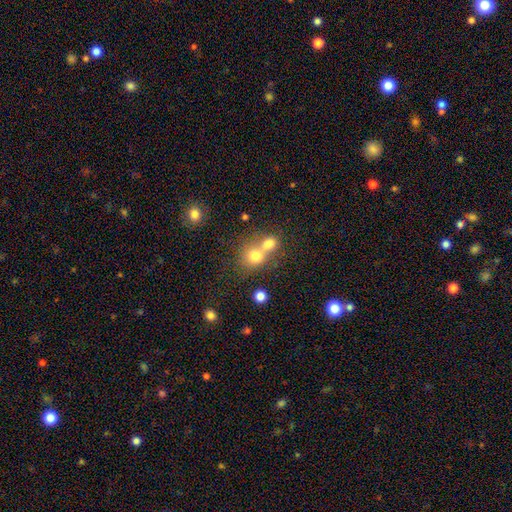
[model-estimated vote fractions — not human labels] Overall: smooth (75%). How rounded: round (75%). Merging: merger (59%; none 31%).